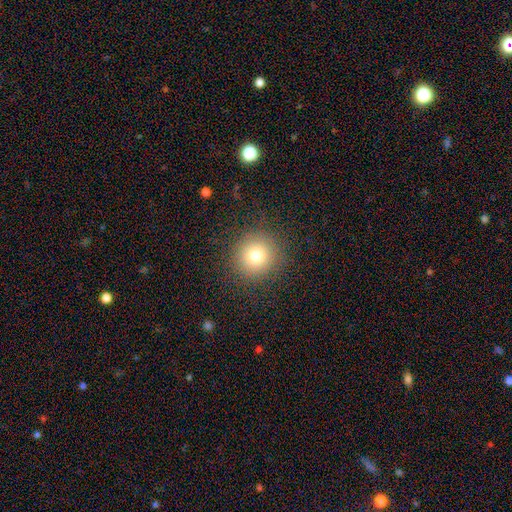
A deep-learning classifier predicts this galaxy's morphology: Smooth or featured: smooth — 77% (star or artifact — 14%)
How rounded: round — 93% (in between — 7%)
Merging: none — 89% (minor disturbance — 7%)